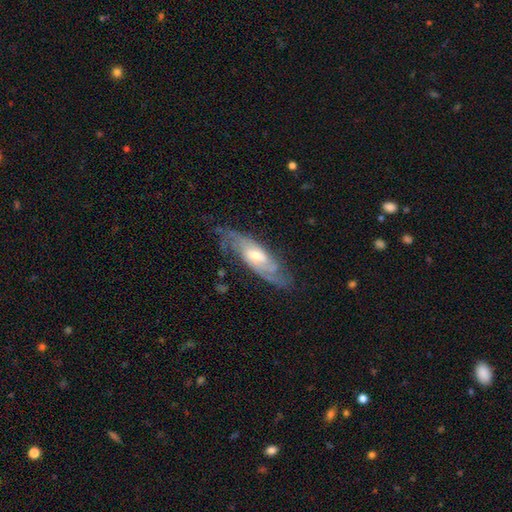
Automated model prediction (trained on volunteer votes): This is clearly a featured or disk galaxy (82%). It is clearly not viewed edge-on (84%). Bar: possibly no (53%). Spiral arm pattern: clearly yes (95%). Spiral arm count: possibly 2 (46%). Spiral winding: possibly tight (45%). Central bulge: possibly moderate (51%). Merging: likely none (72%).